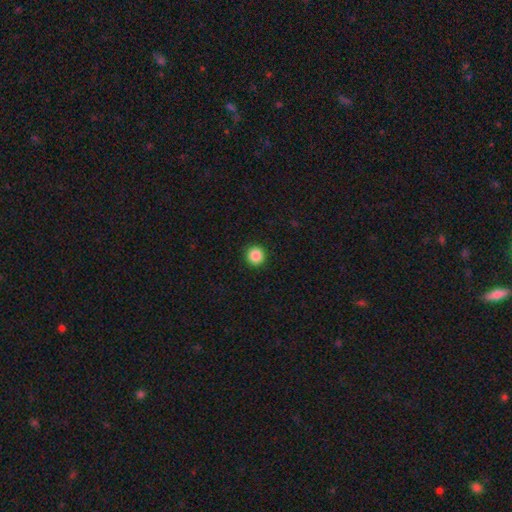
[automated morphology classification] Overall: smooth (88%). How rounded: round (95%). Merging: none (93%).